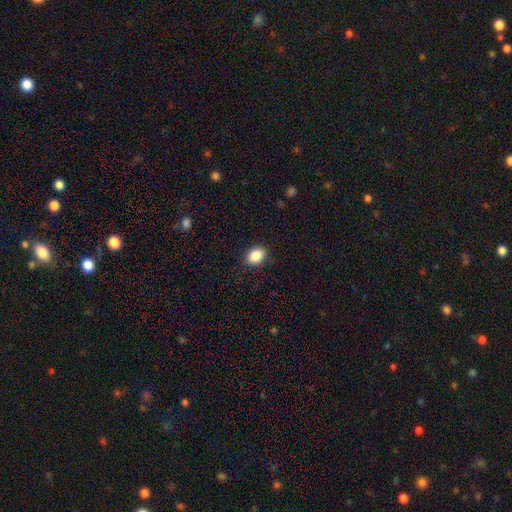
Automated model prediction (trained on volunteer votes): Smooth or featured: smooth — 87% (star or artifact — 9%)
How rounded: in between — 65% (round — 34%)
Merging: none — 87% (minor disturbance — 9%)